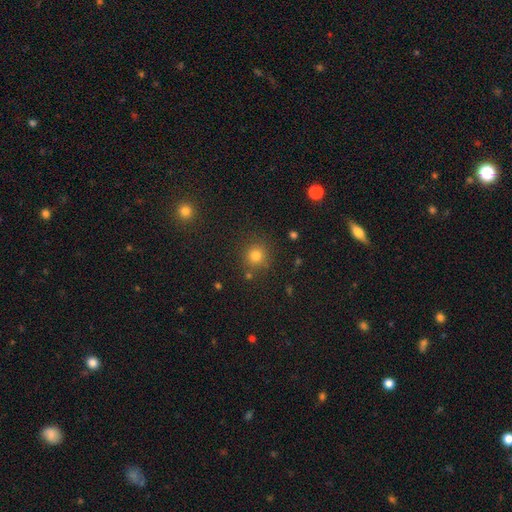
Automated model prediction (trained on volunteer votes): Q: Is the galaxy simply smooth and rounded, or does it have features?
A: smooth — 78%.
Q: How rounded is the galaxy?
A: round — 90%.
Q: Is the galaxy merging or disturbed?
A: none — 82%.